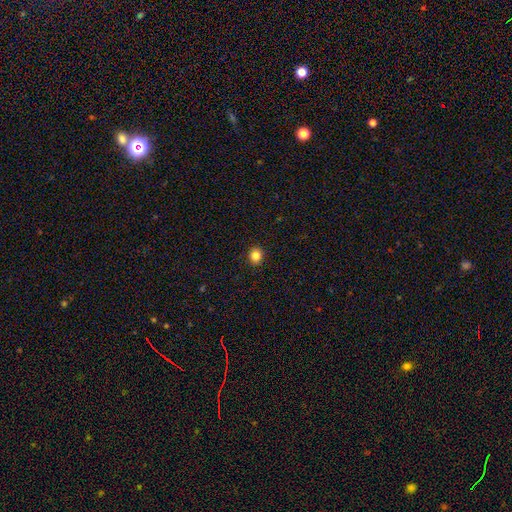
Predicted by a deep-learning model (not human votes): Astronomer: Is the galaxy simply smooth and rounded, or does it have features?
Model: smooth — 84%.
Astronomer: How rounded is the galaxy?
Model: round — 80%.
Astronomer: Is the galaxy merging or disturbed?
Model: none — 92%.